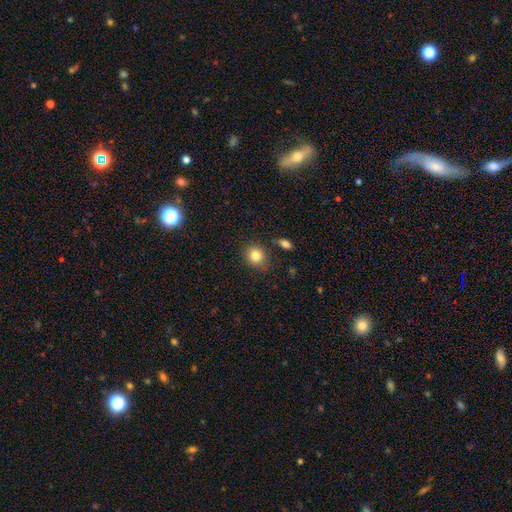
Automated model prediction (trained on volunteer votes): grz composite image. It shows a smooth galaxy with no disk features (83%) that is round (76%). Merging: none (83%).